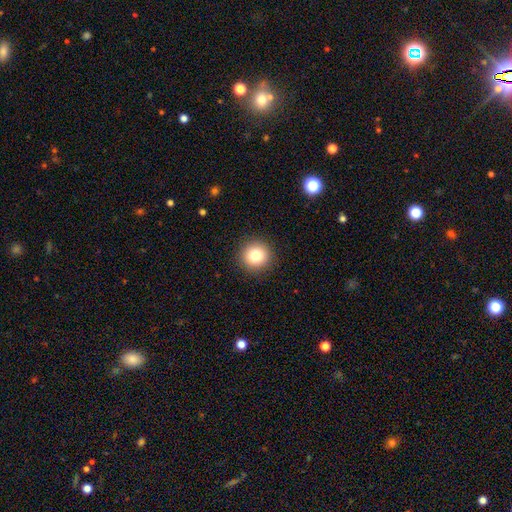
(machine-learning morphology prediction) Overall: smooth (81%). How rounded: round (94%). Merging: none (92%).